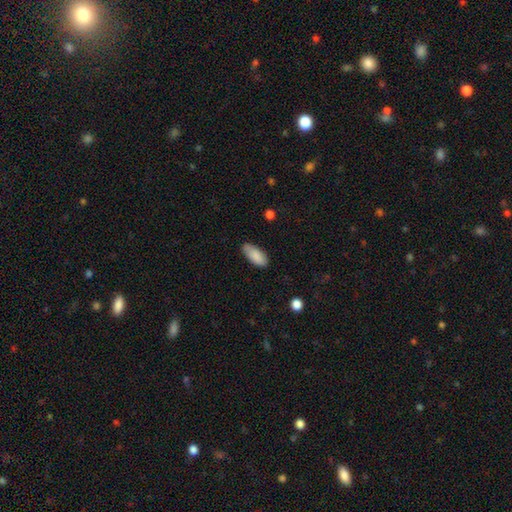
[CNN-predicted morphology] smooth_or_featured: smooth (p=0.87) [alt: featured or disk p=0.07]
how_rounded: in between (p=0.87) [alt: cigar-shaped p=0.11]
merging: none (p=0.76) [alt: minor disturbance p=0.20]